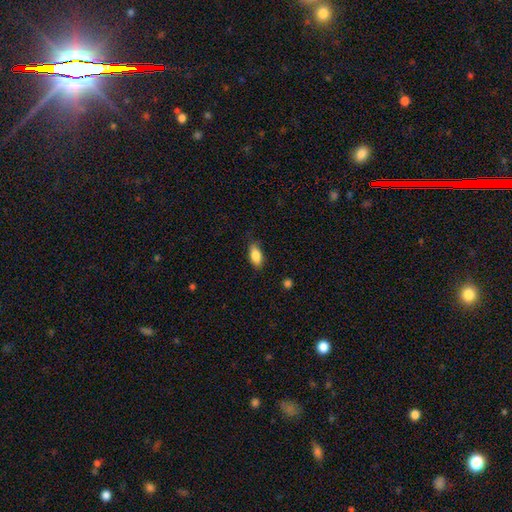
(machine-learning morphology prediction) A smooth galaxy with no disk features (85%) that is in between round and cigar-shaped (88%).

Vote fractions:
- Smooth or featured? smooth: 85% / featured or disk: 8% / star or artifact: 7%
- How rounded? in between: 88% / cigar-shaped: 9% / round: 4%
- Merging? none: 79% / minor disturbance: 16% / major disturbance: 3% / merger: 1%